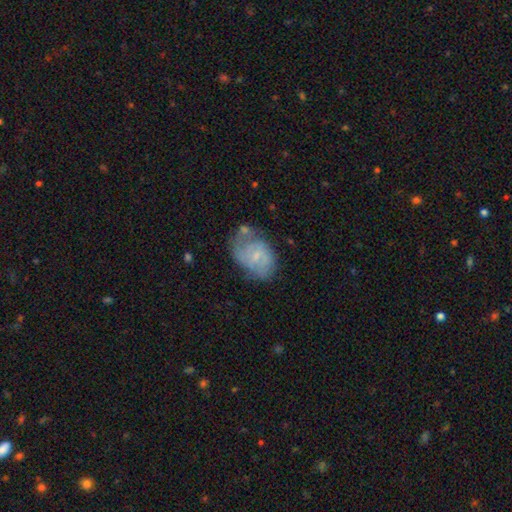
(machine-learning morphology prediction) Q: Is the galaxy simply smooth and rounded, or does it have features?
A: featured or disk — 64%.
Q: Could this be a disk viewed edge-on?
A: no — 97%.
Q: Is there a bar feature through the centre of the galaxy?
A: weak — 49%.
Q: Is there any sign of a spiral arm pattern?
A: yes — 83%.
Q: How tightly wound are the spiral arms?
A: medium — 44%.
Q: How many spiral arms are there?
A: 2 — 54%.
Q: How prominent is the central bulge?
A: small — 69%.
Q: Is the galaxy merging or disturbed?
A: none — 49%.